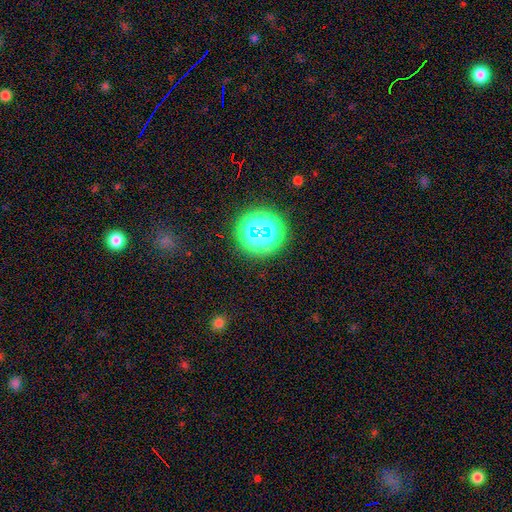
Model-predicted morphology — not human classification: A star or artifact, not a galaxy (76%).

Vote fractions:
- Smooth or featured? star or artifact: 76% / smooth: 17% / featured or disk: 7%